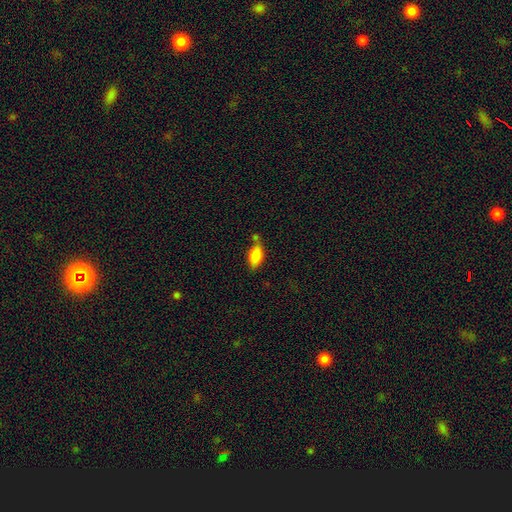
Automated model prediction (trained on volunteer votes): Overall: smooth (81%). How rounded: in between (89%). Merging: none (57%; minor disturbance 21%).